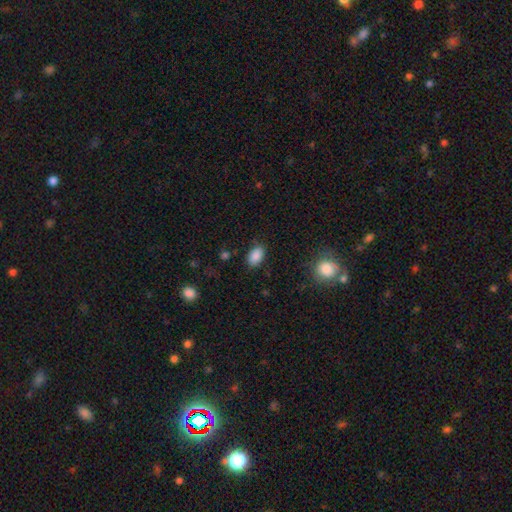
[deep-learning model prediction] A smooth galaxy with no disk features (88%) that is in between round and cigar-shaped (91%).

Vote fractions:
- Smooth or featured? smooth: 88% / star or artifact: 9% / featured or disk: 4%
- How rounded? in between: 91% / round: 7% / cigar-shaped: 2%
- Merging? none: 82% / minor disturbance: 13% / major disturbance: 3% / merger: 2%